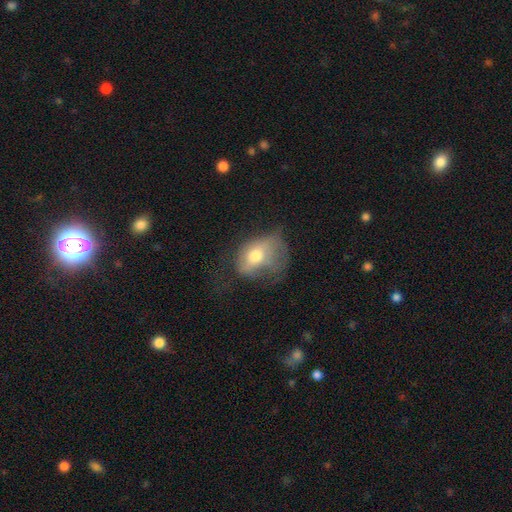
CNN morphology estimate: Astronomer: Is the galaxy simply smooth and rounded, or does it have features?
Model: smooth — 60%.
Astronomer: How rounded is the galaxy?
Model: in between — 68%.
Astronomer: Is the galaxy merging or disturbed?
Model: major disturbance — 41% (runner-up: minor disturbance, 30%).